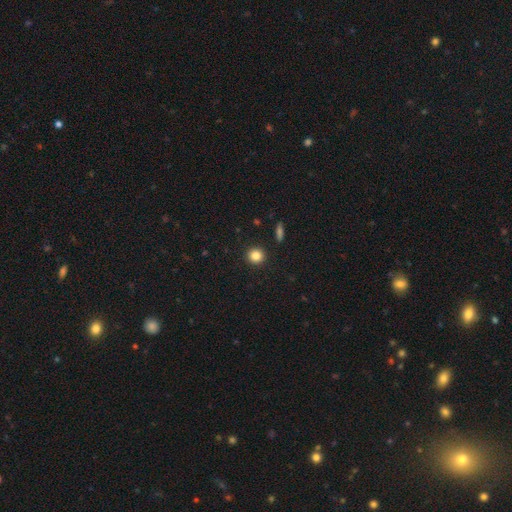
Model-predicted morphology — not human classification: Smooth or featured: smooth — 85% (star or artifact — 11%)
How rounded: round — 91% (in between — 8%)
Merging: none — 92% (minor disturbance — 5%)